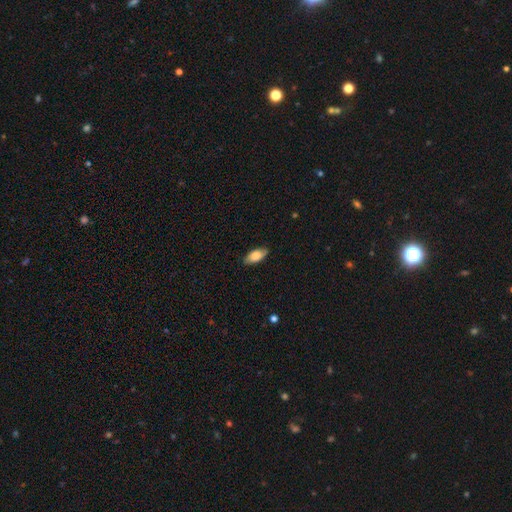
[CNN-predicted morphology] Smooth or featured?
  - smooth: 78% *
  - featured or disk: 16%
  - star or artifact: 6%
How rounded?
  - in between: 88% *
  - cigar-shaped: 9%
  - round: 3%
Merging?
  - none: 84% *
  - minor disturbance: 13%
  - major disturbance: 2%
  - merger: 1%